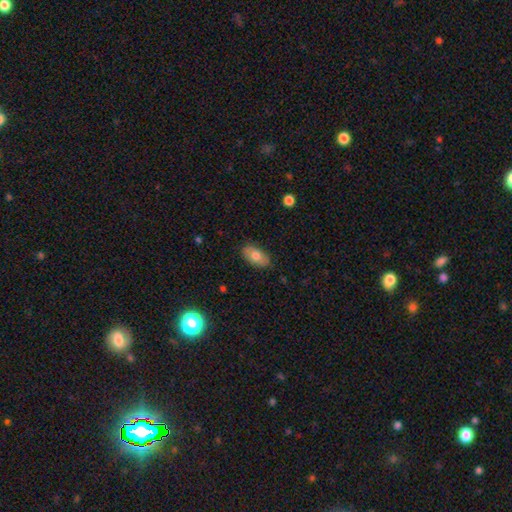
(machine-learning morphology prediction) The model was most divided on "smooth or featured": smooth: 75%, featured or disk: 18%, star or artifact: 7%. More confident: how rounded — in between (93%); merging — none (85%).